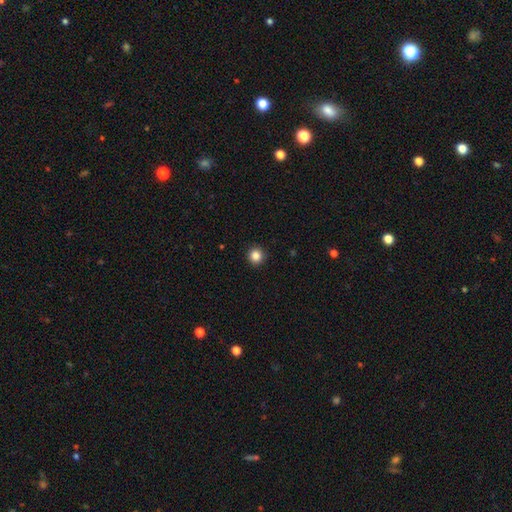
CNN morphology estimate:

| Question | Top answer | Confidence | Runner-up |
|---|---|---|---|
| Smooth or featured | smooth | 85% | star or artifact (11%) |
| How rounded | round | 94% | in between (5%) |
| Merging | none | 93% | minor disturbance (5%) |